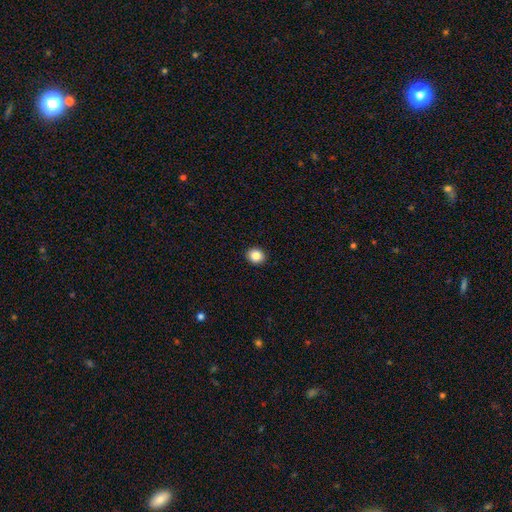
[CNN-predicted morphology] The model was most divided on "how rounded": round: 75%, in between: 24%, cigar-shaped: 1%. More confident: merging — none (93%); smooth or featured — smooth (86%).